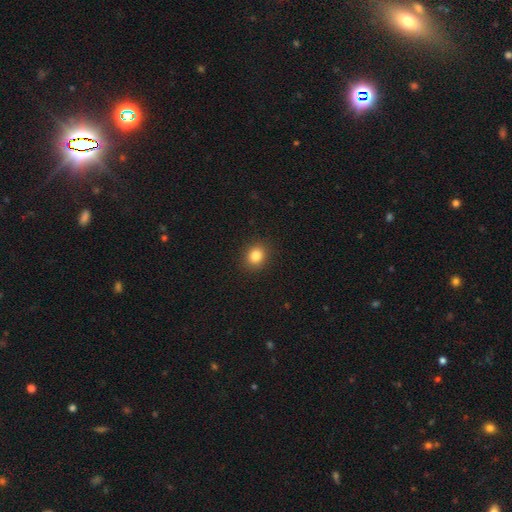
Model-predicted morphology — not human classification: Overall: smooth (84%). How rounded: round (72%). Merging: none (91%).